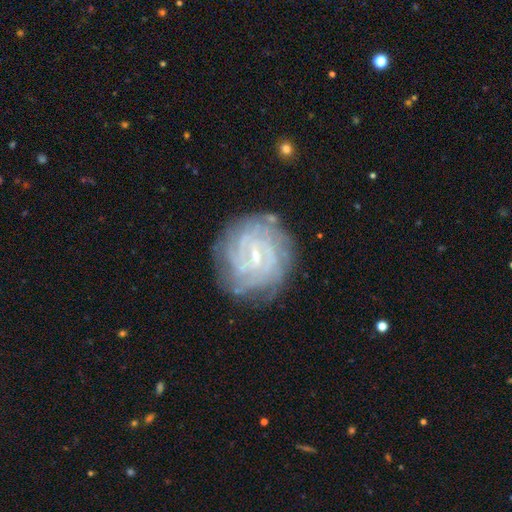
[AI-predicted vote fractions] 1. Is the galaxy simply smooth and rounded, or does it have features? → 85% featured or disk, 8% smooth, 7% star or artifact.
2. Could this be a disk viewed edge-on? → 98% no, 2% yes.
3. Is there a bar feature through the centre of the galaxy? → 56% weak, 24% strong, 20% no.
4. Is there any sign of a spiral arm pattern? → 96% yes, 4% no.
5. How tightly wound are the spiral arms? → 78% tight, 18% medium, 3% loose.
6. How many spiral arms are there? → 33% can't tell, 20% 4, 17% 2, 15% 3, 9% more than 4, 6% 1.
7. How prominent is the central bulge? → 77% small, 16% moderate, 5% none, 1% large, 1% dominant.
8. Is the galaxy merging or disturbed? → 78% none, 15% minor disturbance, 5% major disturbance, 2% merger.